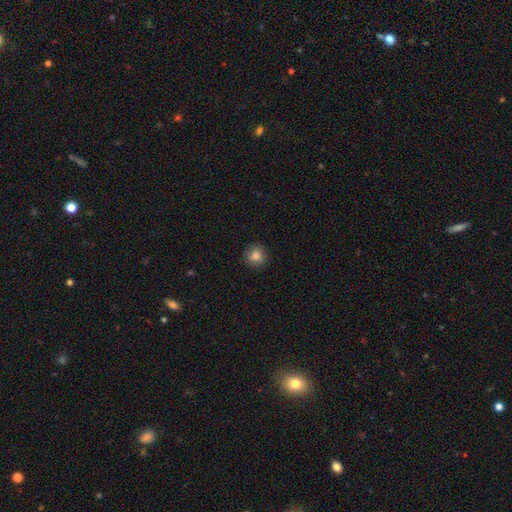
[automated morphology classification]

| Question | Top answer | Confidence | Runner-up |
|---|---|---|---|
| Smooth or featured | smooth | 83% | star or artifact (10%) |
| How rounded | round | 89% | in between (10%) |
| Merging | none | 87% | minor disturbance (9%) |